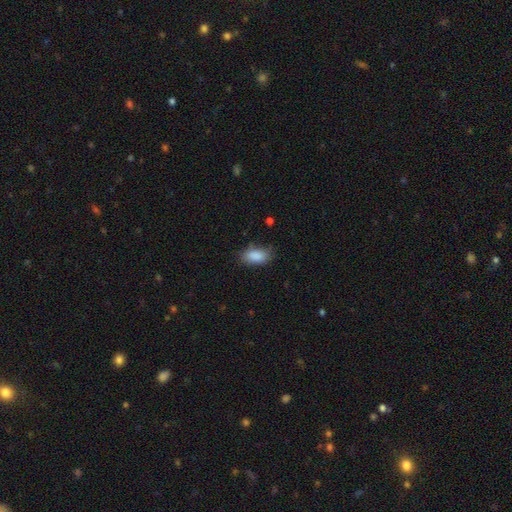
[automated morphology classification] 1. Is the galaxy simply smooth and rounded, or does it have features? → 88% smooth, 7% star or artifact, 5% featured or disk.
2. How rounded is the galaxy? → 92% in between, 4% round, 4% cigar-shaped.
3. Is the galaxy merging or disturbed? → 73% none, 20% minor disturbance, 5% major disturbance, 2% merger.